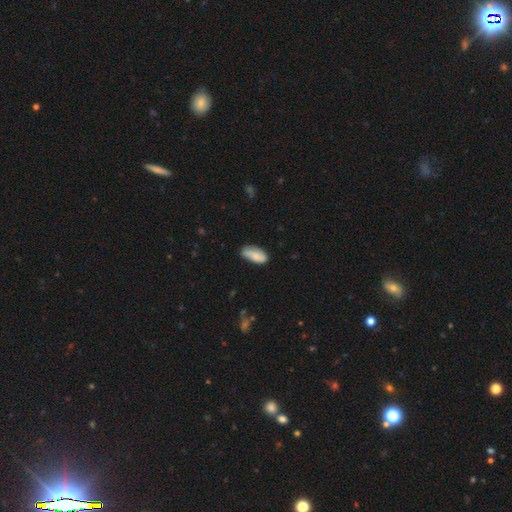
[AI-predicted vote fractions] smooth 74%, featured or disk 19%, star or artifact 7%. Down the decision tree: how rounded — in between (87%); merging — none (67%).